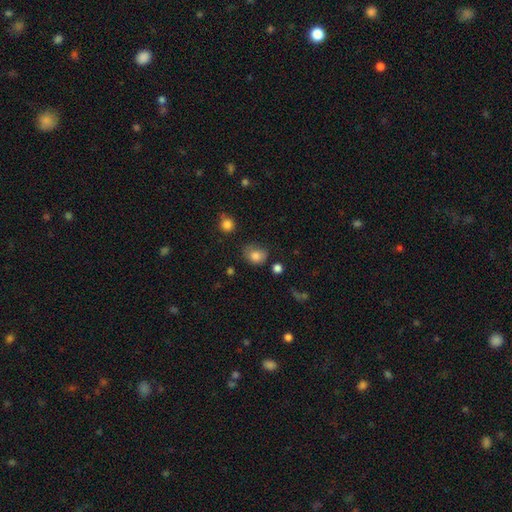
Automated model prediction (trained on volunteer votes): Smooth or featured: smooth — 82% (star or artifact — 10%)
How rounded: round — 54% (in between — 45%)
Merging: none — 53% (minor disturbance — 32%)